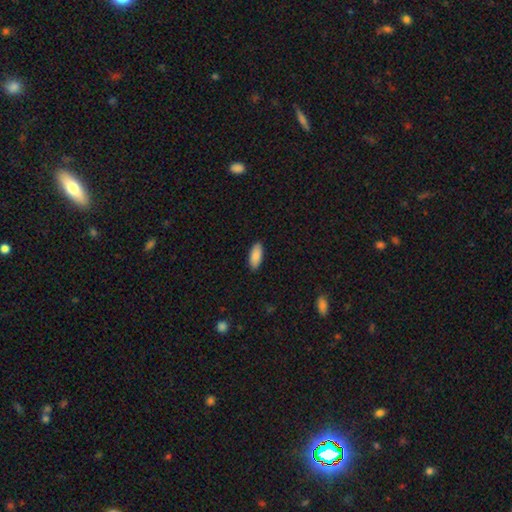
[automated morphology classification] A smooth galaxy with no disk features (89%) that is in between round and cigar-shaped (84%). Merging: none (89%).